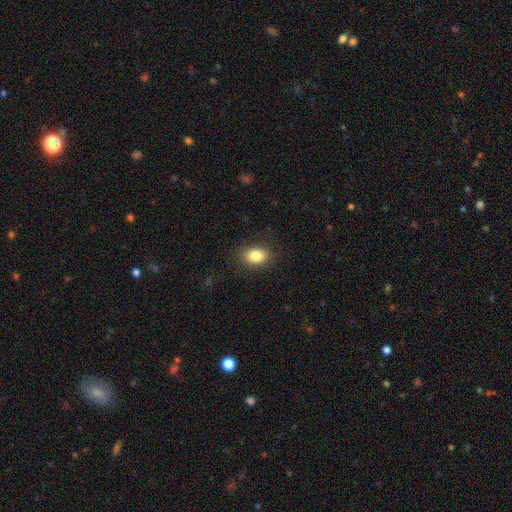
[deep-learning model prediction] Q: Smooth or featured?
A: smooth (85%); runner-up: star or artifact (9%)
Q: How rounded?
A: in between (79%); runner-up: round (20%)
Q: Merging?
A: none (86%); runner-up: minor disturbance (10%)